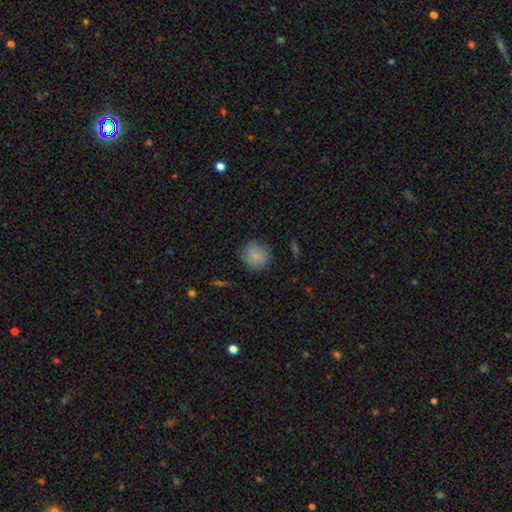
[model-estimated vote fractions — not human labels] smooth-or-featured: smooth: 83% | featured or disk: 9% | star or artifact: 8%
  how-rounded: round: 88% | in between: 11% | cigar-shaped: 1%
  merging: none: 81% | minor disturbance: 15% | major disturbance: 4% | merger: 1%